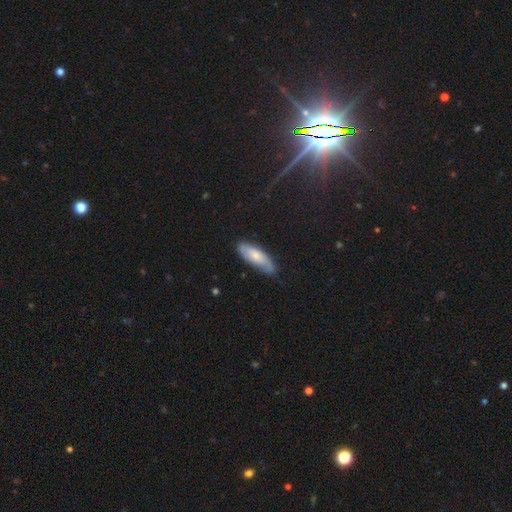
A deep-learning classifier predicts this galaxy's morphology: Overall: smooth (62%; featured or disk 31%). How rounded: in between (58%; cigar-shaped 40%). Merging: none (74%).